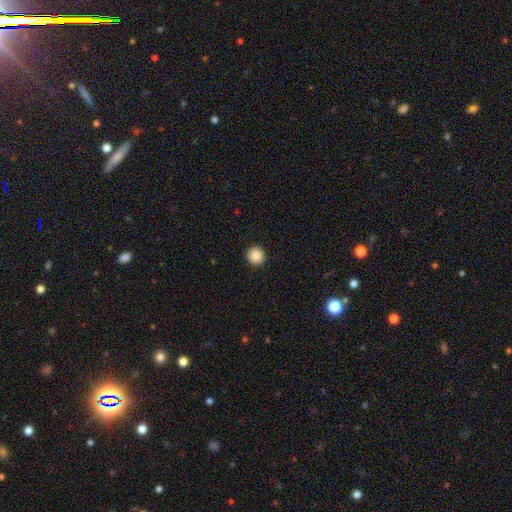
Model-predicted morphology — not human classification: Smooth or featured?
  - smooth: 88% *
  - star or artifact: 9%
  - featured or disk: 3%
How rounded?
  - round: 94% *
  - in between: 5%
  - cigar-shaped: 1%
Merging?
  - none: 93% *
  - minor disturbance: 4%
  - major disturbance: 2%
  - merger: 1%